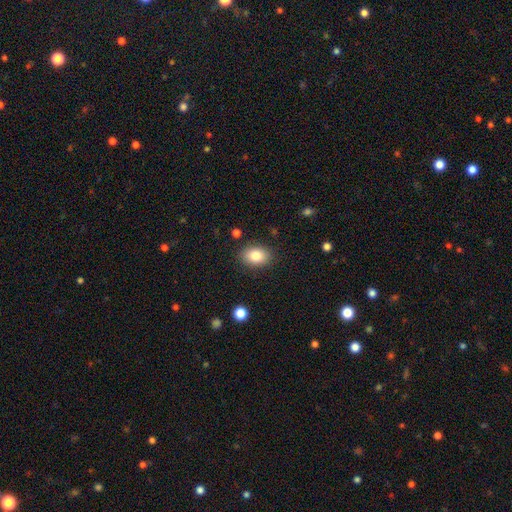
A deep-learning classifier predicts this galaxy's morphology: smooth_or_featured: smooth (p=0.83) [alt: star or artifact p=0.09]
how_rounded: in between (p=0.75) [alt: round p=0.24]
merging: none (p=0.87) [alt: minor disturbance p=0.09]